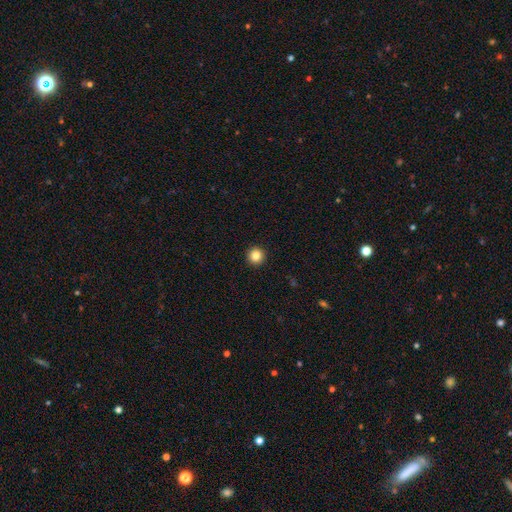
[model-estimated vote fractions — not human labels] Smooth or featured: smooth — 84% (star or artifact — 11%)
How rounded: round — 96% (in between — 3%)
Merging: none — 94% (minor disturbance — 4%)